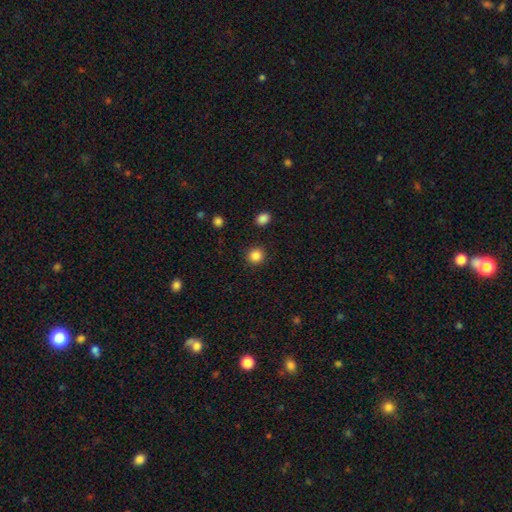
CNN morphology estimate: A smooth galaxy with no disk features (86%) that is round (92%).

Vote fractions:
- Smooth or featured? smooth: 86% / star or artifact: 11% / featured or disk: 3%
- How rounded? round: 92% / in between: 7% / cigar-shaped: 1%
- Merging? none: 91% / minor disturbance: 5% / major disturbance: 2% / merger: 1%